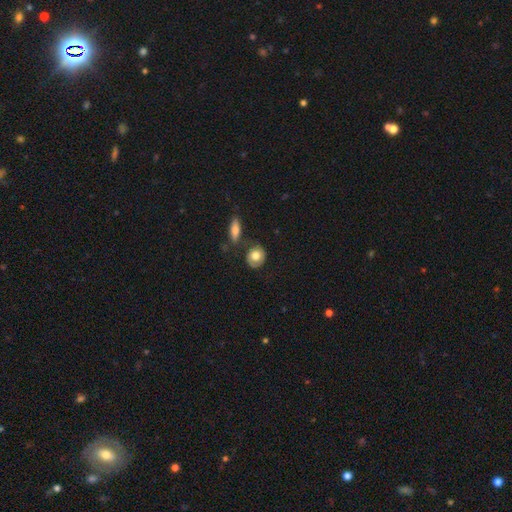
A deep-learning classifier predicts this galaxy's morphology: smooth-or-featured: smooth: 72% | featured or disk: 22% | star or artifact: 6%
  how-rounded: round: 65% | in between: 33% | cigar-shaped: 2%
  merging: none: 66% | minor disturbance: 18% | merger: 9% | major disturbance: 6%